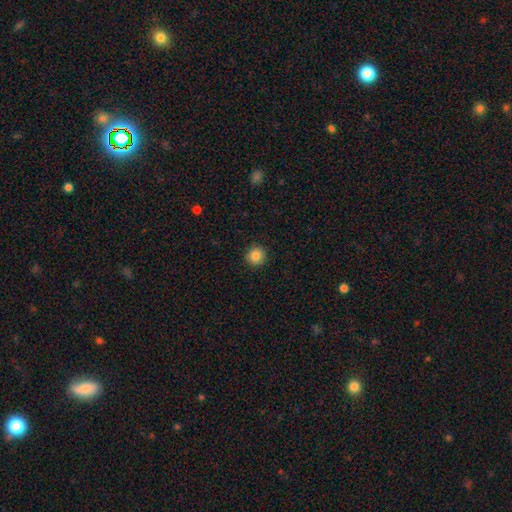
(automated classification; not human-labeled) A smooth galaxy with no disk features (85%) that is round (95%).

Vote fractions:
- Smooth or featured? smooth: 85% / star or artifact: 10% / featured or disk: 5%
- How rounded? round: 95% / in between: 4% / cigar-shaped: 1%
- Merging? none: 92% / minor disturbance: 5% / major disturbance: 2% / merger: 1%